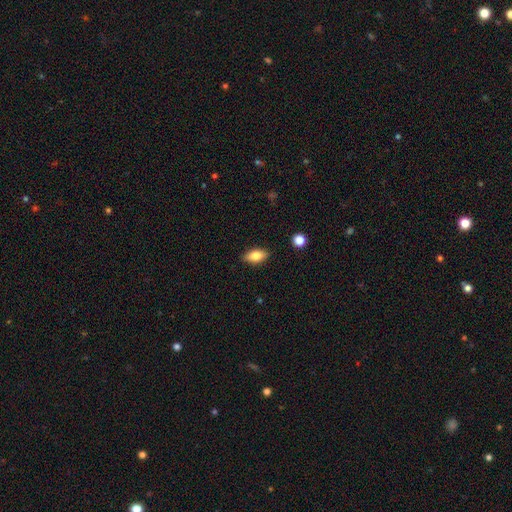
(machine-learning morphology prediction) A smooth galaxy with no disk features (79%) that is in between round and cigar-shaped (87%). Merging: none (86%).